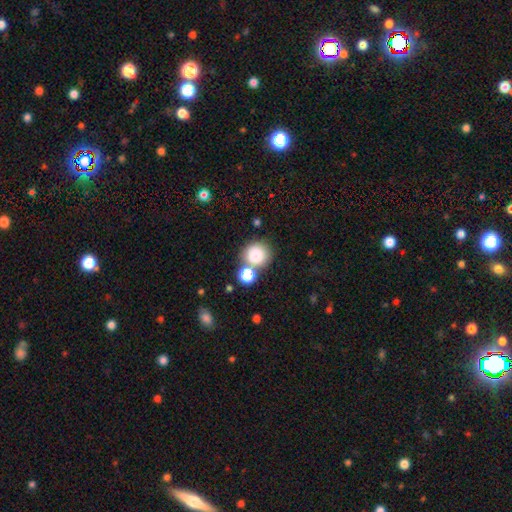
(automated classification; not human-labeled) Morphology: type=smooth (81%); roundness=round (89%); merging=none (62%).